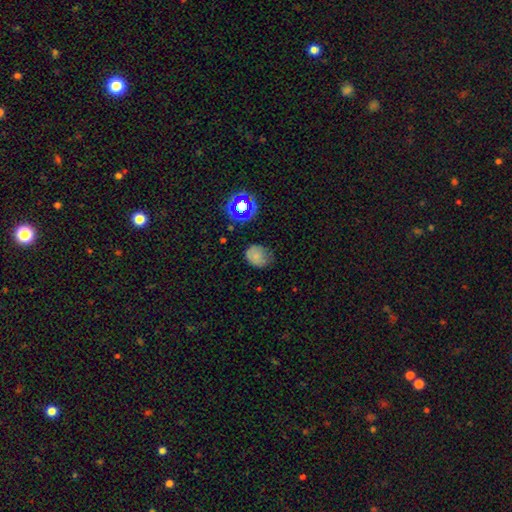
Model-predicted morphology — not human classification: type=smooth (73%); roundness=round (56%); merging=none (57%).